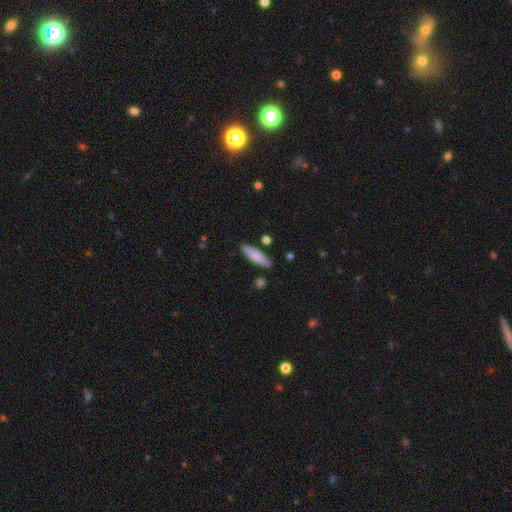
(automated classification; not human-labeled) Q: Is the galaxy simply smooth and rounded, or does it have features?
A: smooth — 79%.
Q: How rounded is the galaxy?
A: cigar-shaped — 65%.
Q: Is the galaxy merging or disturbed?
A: none — 86%.